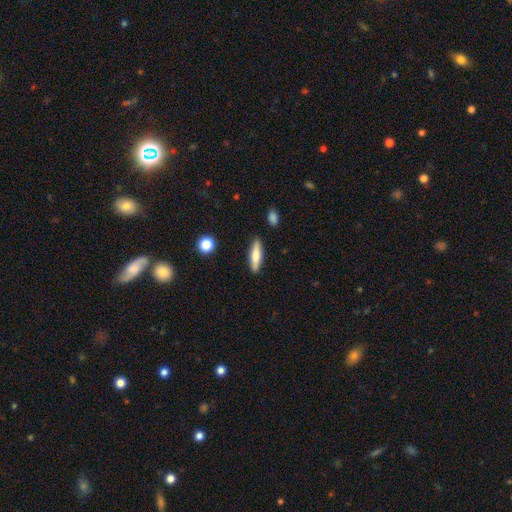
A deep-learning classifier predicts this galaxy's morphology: This appears to be a smooth galaxy with no disk features (72%) that is cigar-shaped (70%). Merging: none (87%).